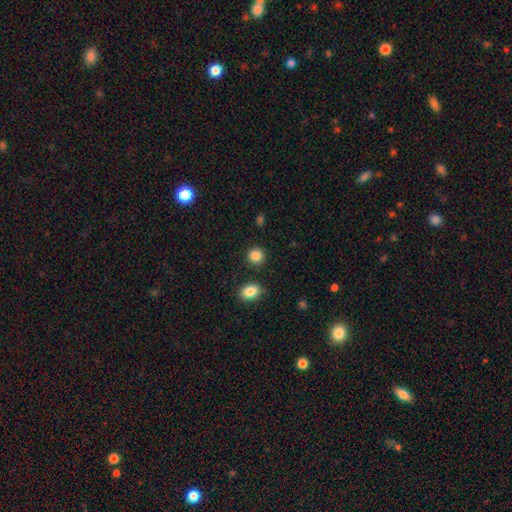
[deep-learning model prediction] A smooth galaxy with no disk features (86%) that is round (88%).

Vote fractions:
- Smooth or featured? smooth: 86% / star or artifact: 10% / featured or disk: 4%
- How rounded? round: 88% / in between: 11% / cigar-shaped: 1%
- Merging? none: 89% / minor disturbance: 6% / merger: 3% / major disturbance: 2%